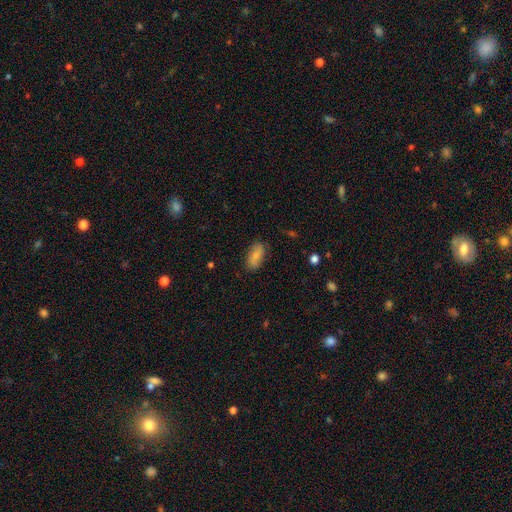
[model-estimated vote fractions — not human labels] Smooth or featured?
  - smooth: 80% *
  - featured or disk: 14%
  - star or artifact: 7%
How rounded?
  - in between: 89% *
  - cigar-shaped: 8%
  - round: 3%
Merging?
  - none: 82% *
  - minor disturbance: 13%
  - major disturbance: 3%
  - merger: 1%